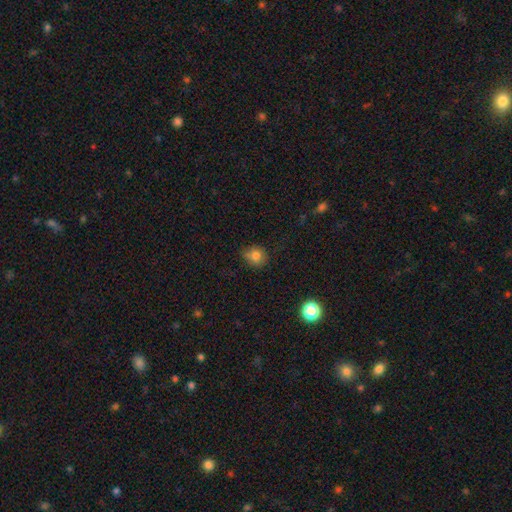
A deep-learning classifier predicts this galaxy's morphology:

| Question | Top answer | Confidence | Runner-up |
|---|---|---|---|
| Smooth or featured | smooth | 79% | star or artifact (13%) |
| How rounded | round | 78% | in between (21%) |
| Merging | none | 68% | minor disturbance (25%) |